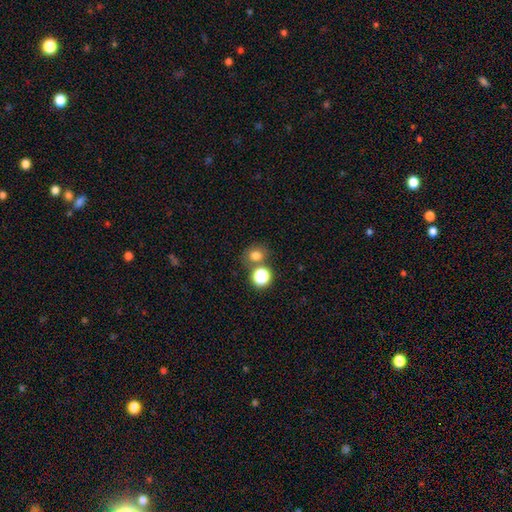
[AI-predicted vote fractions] The model was most divided on "how rounded": round: 72%, in between: 27%, cigar-shaped: 1%. More confident: smooth or featured — smooth (75%); merging — none (66%).